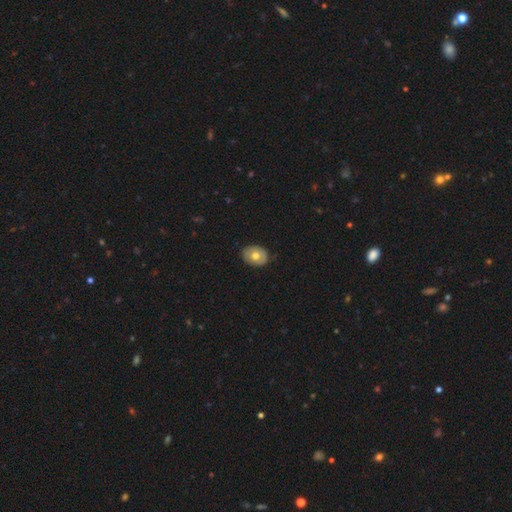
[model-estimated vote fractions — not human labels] Smooth or featured: smooth — 64% (featured or disk — 29%)
How rounded: in between — 57% (round — 42%)
Merging: none — 83% (minor disturbance — 14%)